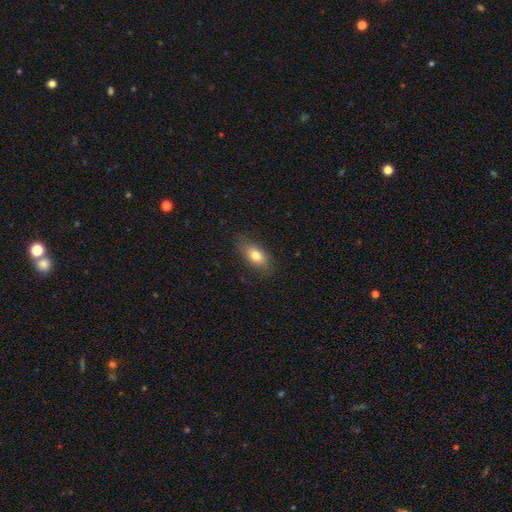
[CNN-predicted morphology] A smooth galaxy with no disk features (77%) that is in between round and cigar-shaped (84%). Merging: none (79%).